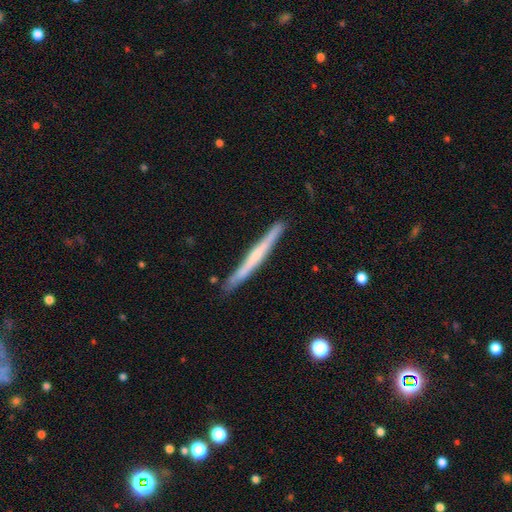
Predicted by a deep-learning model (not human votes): Smooth or featured? featured or disk (51%)
Edge-on disk? yes (97%)
Merging? none (88%)